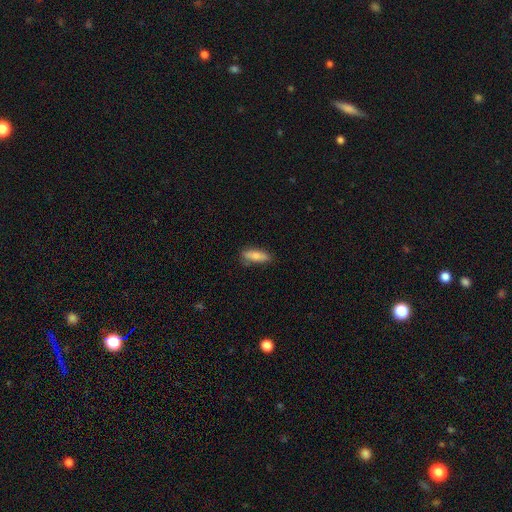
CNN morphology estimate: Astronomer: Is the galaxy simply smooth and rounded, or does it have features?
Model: smooth — 76%.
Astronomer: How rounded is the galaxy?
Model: in between — 55% (runner-up: cigar-shaped, 42%).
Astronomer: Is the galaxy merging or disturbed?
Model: none — 77%.